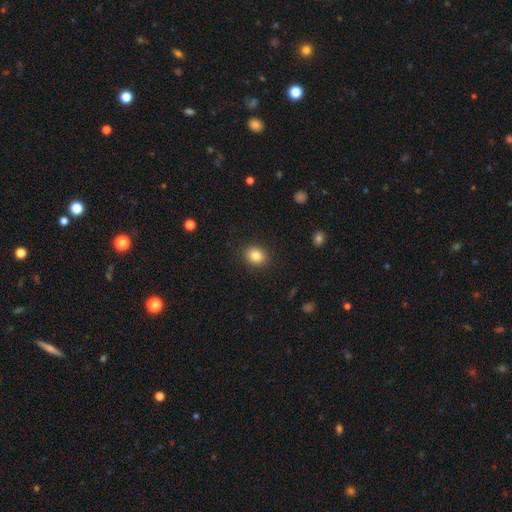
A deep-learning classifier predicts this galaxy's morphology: This is clearly a smooth galaxy (84%). How rounded: likely round (61%). Merging: clearly none (89%).